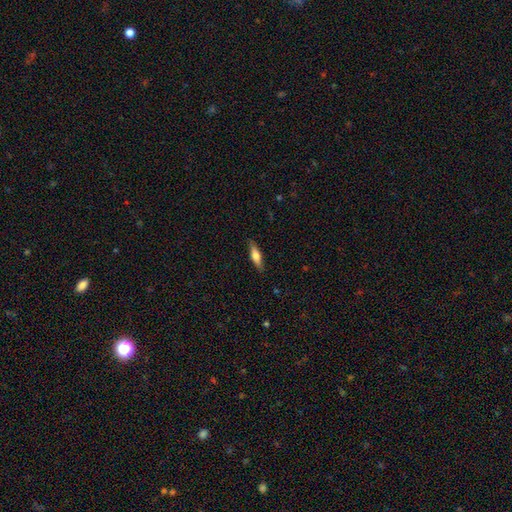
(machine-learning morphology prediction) type=smooth (60%); roundness=cigar-shaped (61%); merging=none (86%).